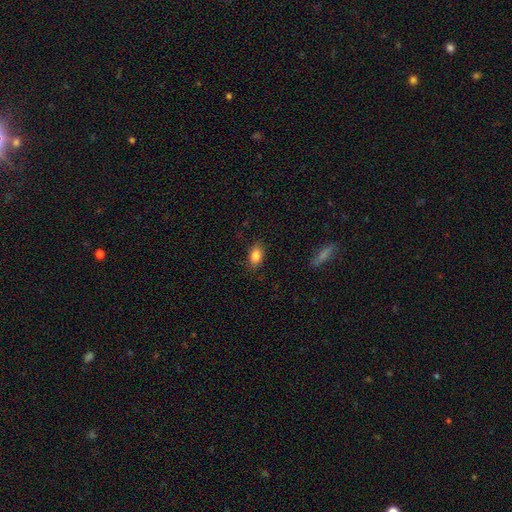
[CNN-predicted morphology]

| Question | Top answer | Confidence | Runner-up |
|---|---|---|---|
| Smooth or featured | smooth | 85% | star or artifact (8%) |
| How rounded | in between | 87% | round (10%) |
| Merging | none | 85% | minor disturbance (11%) |